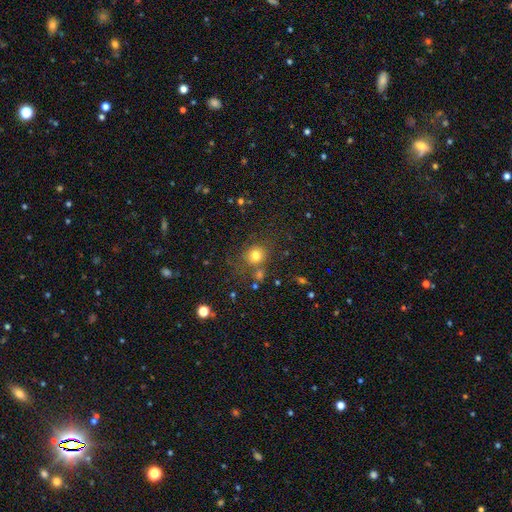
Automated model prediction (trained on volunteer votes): Morphology: type=smooth (76%); roundness=round (82%); merging=none (70%).